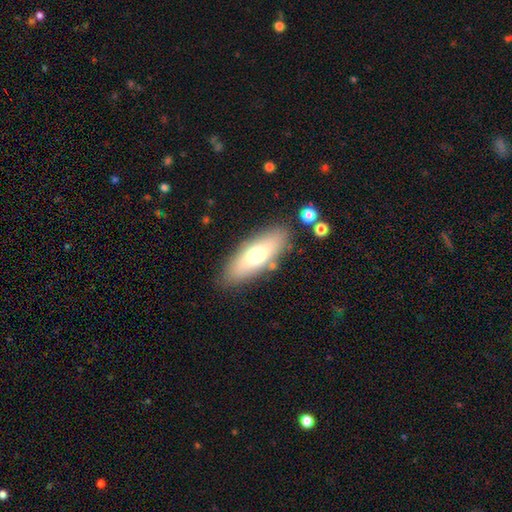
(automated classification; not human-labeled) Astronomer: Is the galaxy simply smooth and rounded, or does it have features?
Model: smooth — 65%.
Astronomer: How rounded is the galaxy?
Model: in between — 70%.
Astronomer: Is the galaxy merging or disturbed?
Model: none — 81%.